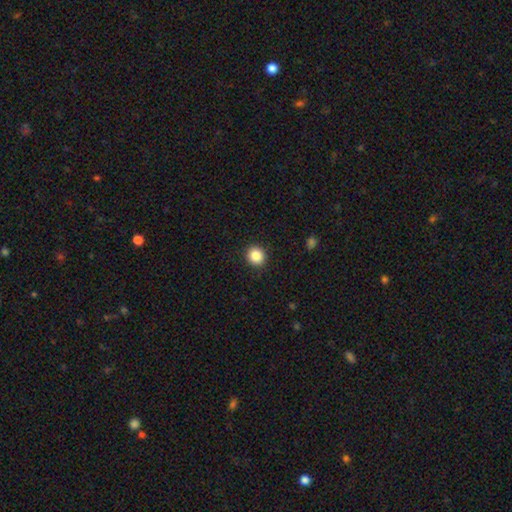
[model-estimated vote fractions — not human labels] Overall: smooth (86%). How rounded: round (85%). Merging: none (92%).